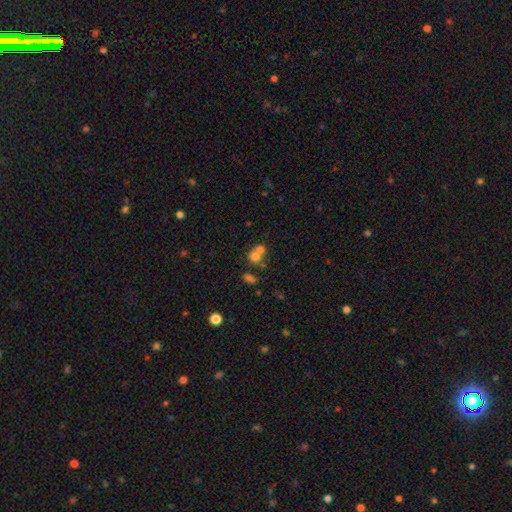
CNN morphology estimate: This appears to be a smooth galaxy with no disk features (69%) that is round (73%). Merging: merger (53%).